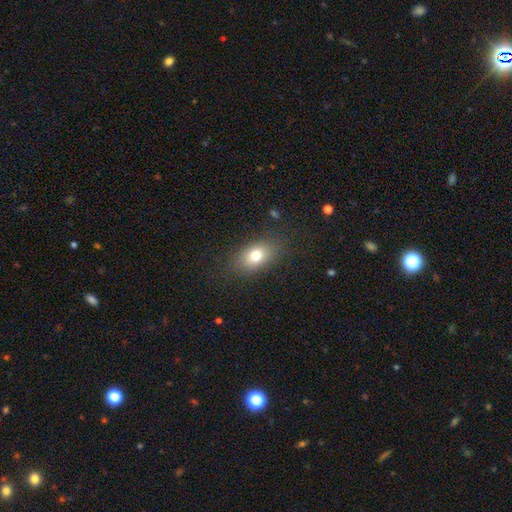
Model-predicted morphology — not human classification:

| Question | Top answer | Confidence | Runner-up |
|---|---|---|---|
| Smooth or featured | smooth | 75% | featured or disk (14%) |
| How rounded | in between | 79% | round (18%) |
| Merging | none | 82% | minor disturbance (12%) |